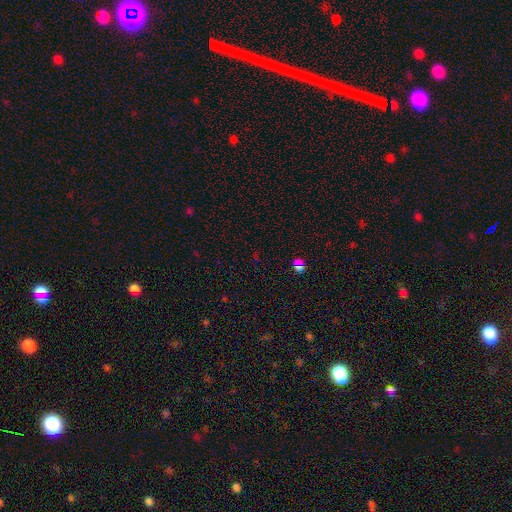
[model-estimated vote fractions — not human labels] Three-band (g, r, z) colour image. It shows a star or artifact, not a galaxy (66%).